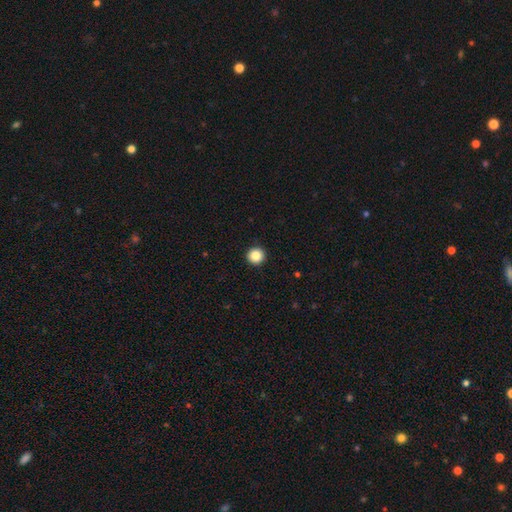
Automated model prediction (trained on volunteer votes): smooth_or_featured: smooth (p=0.86) [alt: star or artifact p=0.10]
how_rounded: round (p=0.96) [alt: in between p=0.03]
merging: none (p=0.94) [alt: minor disturbance p=0.04]